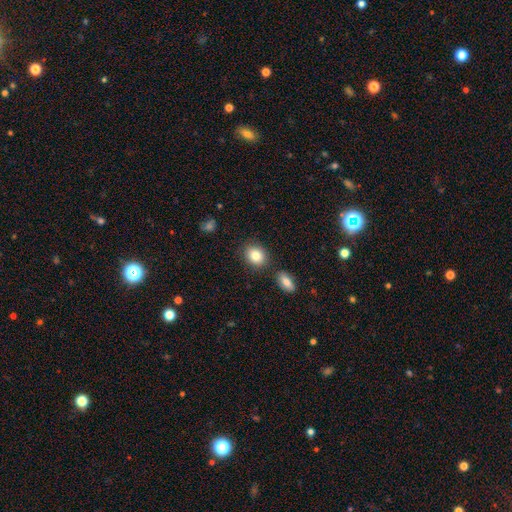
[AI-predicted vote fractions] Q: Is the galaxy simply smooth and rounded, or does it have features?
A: smooth — 83%.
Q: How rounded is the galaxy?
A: in between — 53%.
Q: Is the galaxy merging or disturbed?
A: none — 79%.